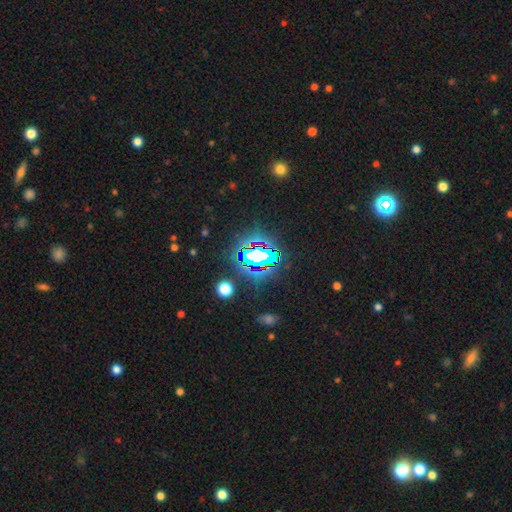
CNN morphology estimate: This is likely a star or artifact rather than a galaxy (72%).